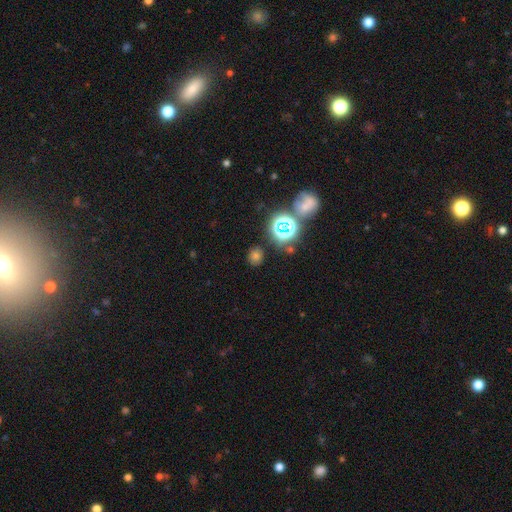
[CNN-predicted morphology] smooth-or-featured: smooth: 53% | star or artifact: 39% | featured or disk: 8%
  how-rounded: round: 81% | in between: 18% | cigar-shaped: 1%
  merging: none: 82% | minor disturbance: 10% | merger: 4% | major disturbance: 4%